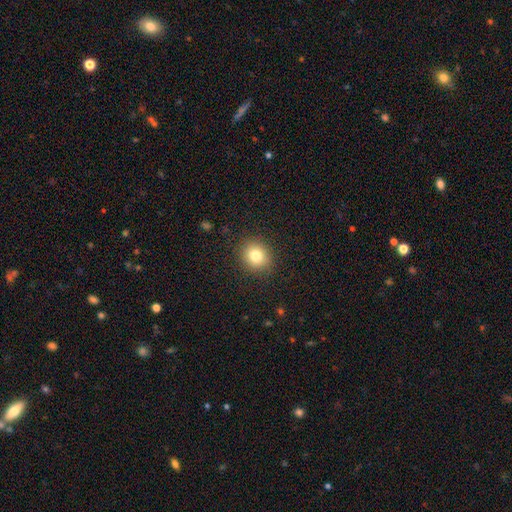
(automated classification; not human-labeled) This is clearly a smooth galaxy (81%). How rounded: likely round (76%). Merging: clearly none (89%).